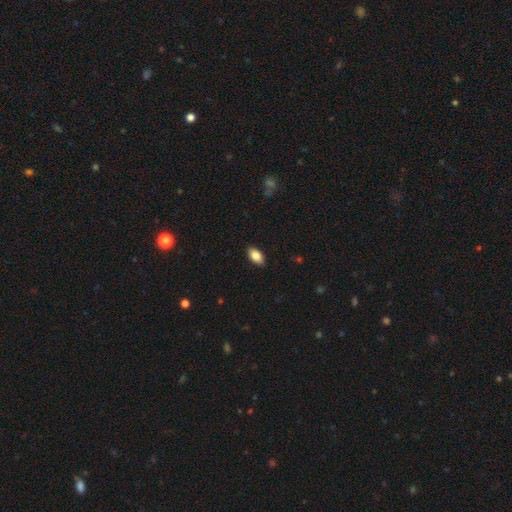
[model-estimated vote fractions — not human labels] Smooth or featured? smooth (85%)
How rounded? in between (92%)
Merging? none (89%)